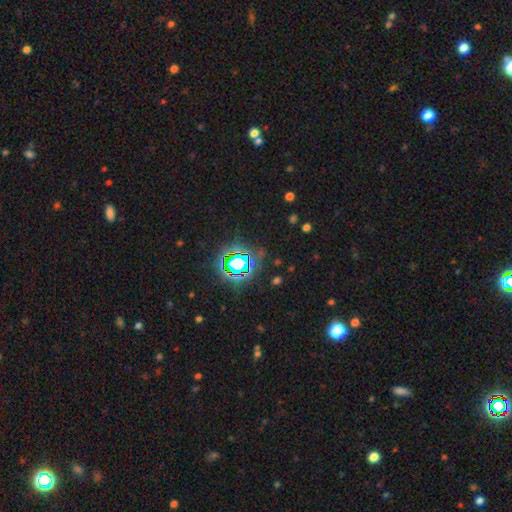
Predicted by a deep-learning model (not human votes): smooth_or_featured: star or artifact (p=0.78) [alt: smooth p=0.13]